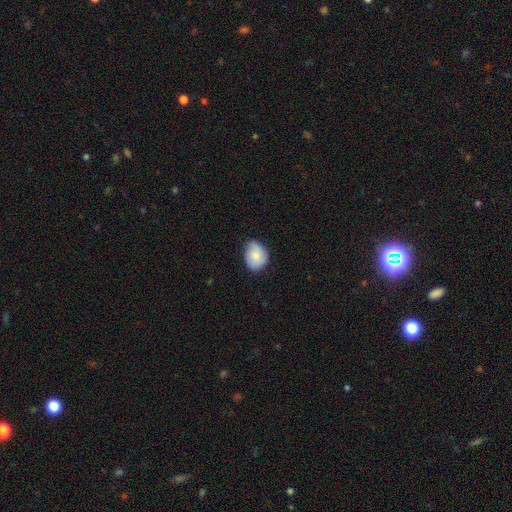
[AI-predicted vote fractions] A smooth galaxy with no disk features (77%) that is in between round and cigar-shaped (52%). Merging: none (62%).